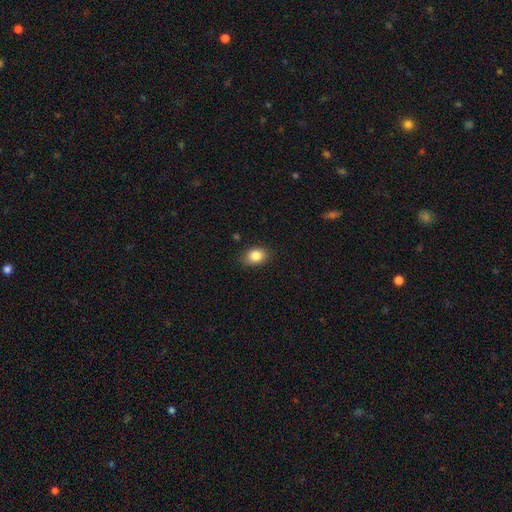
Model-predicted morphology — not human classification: Overall: smooth (85%). How rounded: in between (70%). Merging: none (85%).